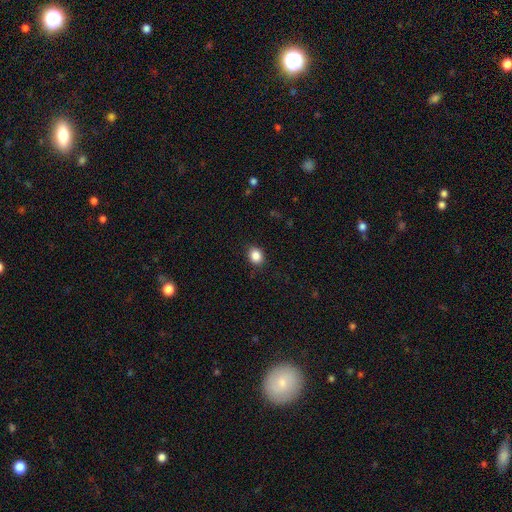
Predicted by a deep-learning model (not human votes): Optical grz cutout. It shows a smooth galaxy with no disk features (87%) that is round (52%). Merging: none (88%).